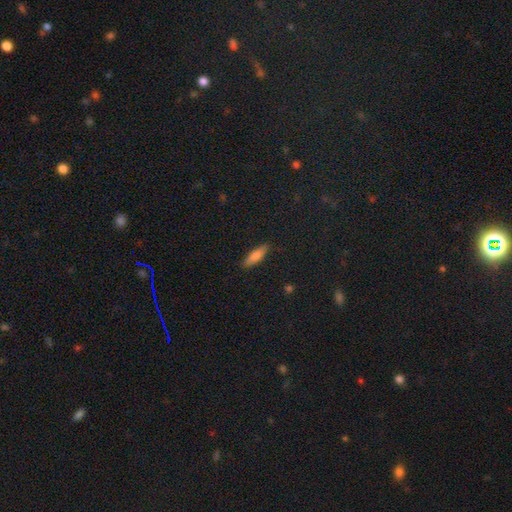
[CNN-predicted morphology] type=smooth (72%); roundness=cigar-shaped (57%); merging=none (86%).